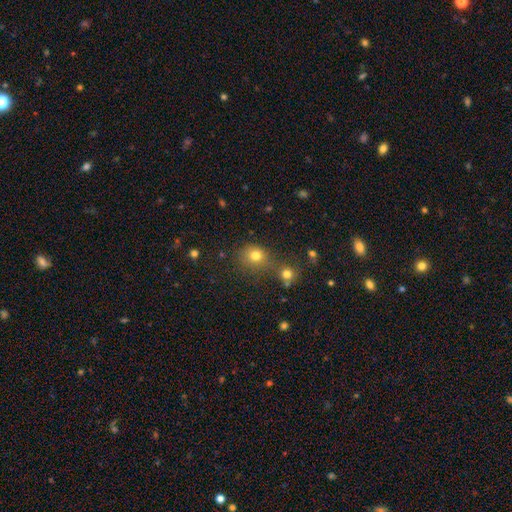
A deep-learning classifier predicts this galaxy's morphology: Smooth or featured?
  - smooth: 76% *
  - star or artifact: 16%
  - featured or disk: 8%
How rounded?
  - round: 80% *
  - in between: 19%
  - cigar-shaped: 1%
Merging?
  - none: 60% *
  - merger: 23%
  - minor disturbance: 12%
  - major disturbance: 5%